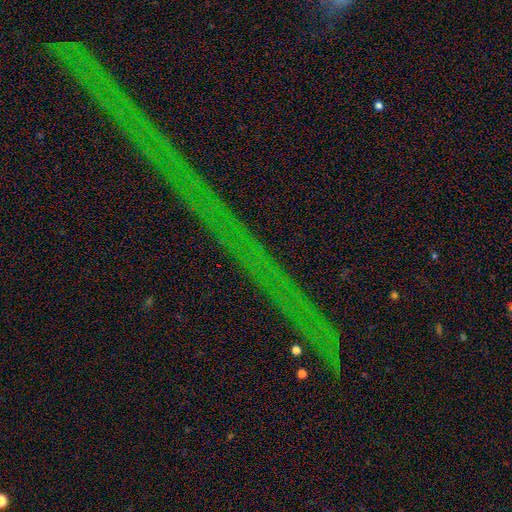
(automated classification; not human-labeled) Smooth or featured?
  - star or artifact: 82% *
  - featured or disk: 10%
  - smooth: 8%